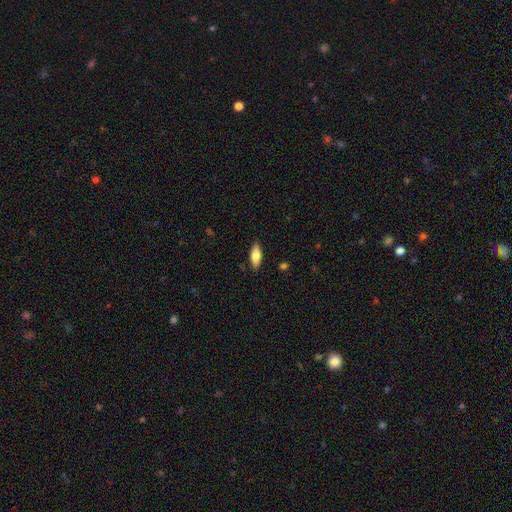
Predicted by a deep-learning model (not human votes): Morphology: type=smooth (75%); roundness=in between (69%); merging=none (87%).